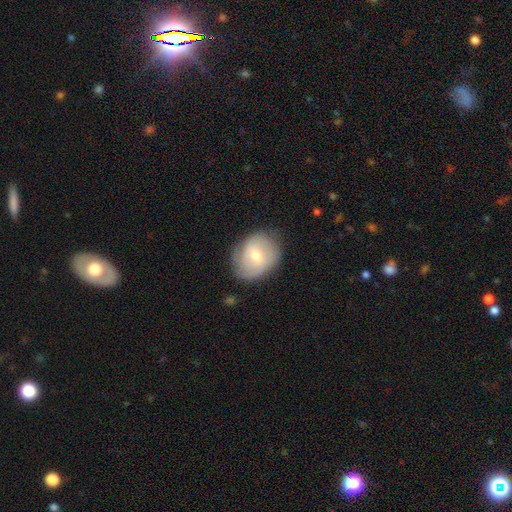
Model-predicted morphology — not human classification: Q: Smooth or featured?
A: smooth (49%); runner-up: featured or disk (44%)
Q: Merging?
A: none (71%); runner-up: minor disturbance (22%)